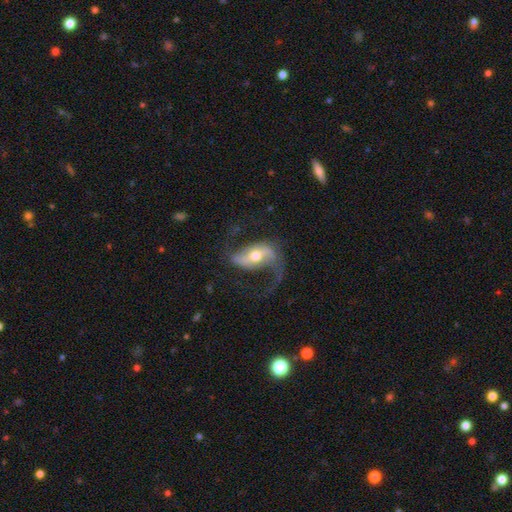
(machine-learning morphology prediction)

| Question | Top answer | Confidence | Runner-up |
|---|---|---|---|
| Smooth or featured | featured or disk | 85% | smooth (9%) |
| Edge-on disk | no | 94% | yes (6%) |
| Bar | strong | 48% | weak (33%) |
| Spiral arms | yes | 94% | no (6%) |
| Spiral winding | loose | 71% | medium (24%) |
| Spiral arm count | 2 | 85% | 1 (10%) |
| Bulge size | moderate | 67% | small (25%) |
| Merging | none | 63% | major disturbance (19%) |